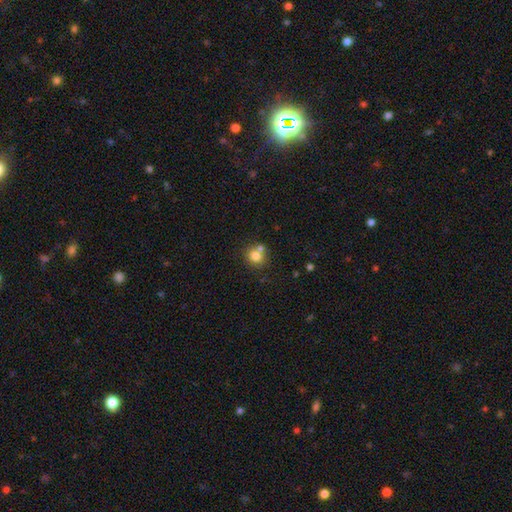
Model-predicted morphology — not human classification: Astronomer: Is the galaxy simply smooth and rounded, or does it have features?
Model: smooth — 79%.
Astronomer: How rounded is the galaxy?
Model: round — 81%.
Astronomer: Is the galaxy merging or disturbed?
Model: none — 57%.